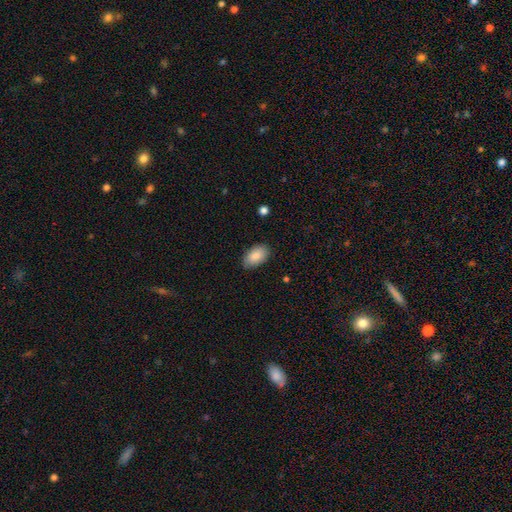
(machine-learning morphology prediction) smooth 88%, star or artifact 6%, featured or disk 5%. Down the decision tree: how rounded — in between (94%); merging — none (83%).